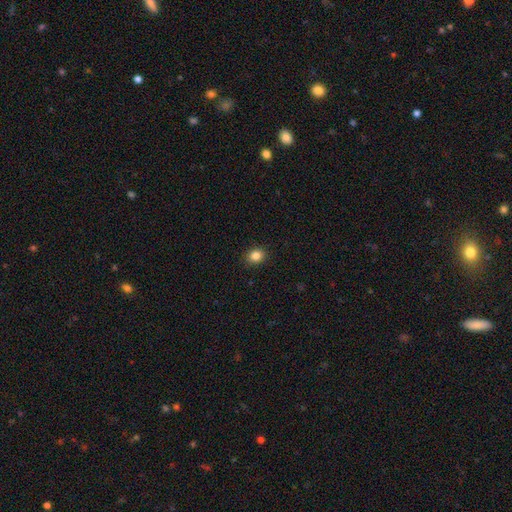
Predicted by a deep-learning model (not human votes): The model was most divided on "how rounded": round: 59%, in between: 40%, cigar-shaped: 1%. More confident: merging — none (90%); smooth or featured — smooth (85%).